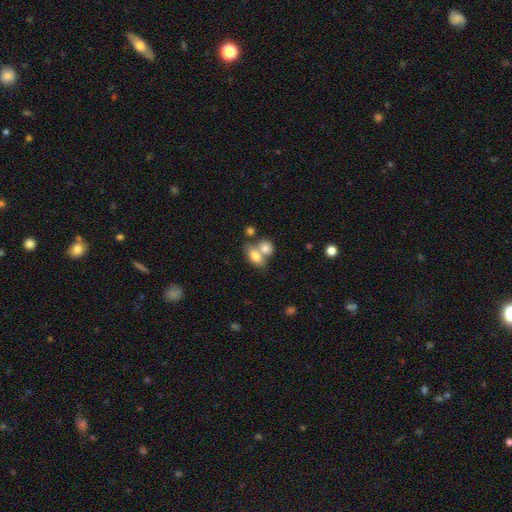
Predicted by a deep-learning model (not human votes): This appears to be a smooth galaxy with no disk features (76%) that is in between round and cigar-shaped (79%). Merging: merger (55%).